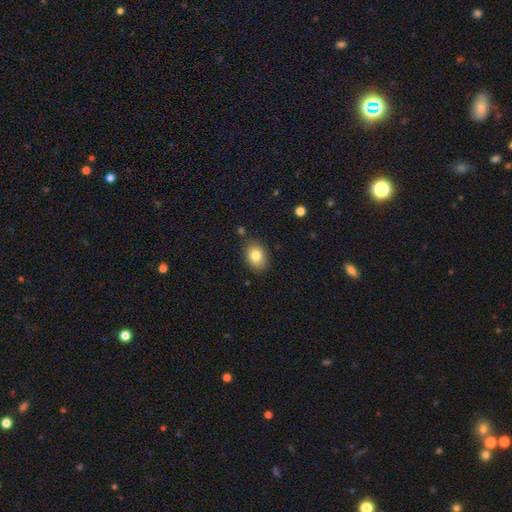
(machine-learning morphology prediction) Overall: smooth (82%). How rounded: in between (61%; round 38%). Merging: none (83%).